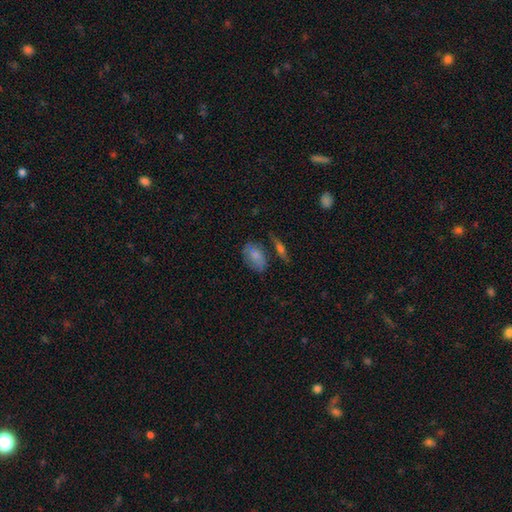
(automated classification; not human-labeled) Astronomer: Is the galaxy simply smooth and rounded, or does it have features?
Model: smooth — 76%.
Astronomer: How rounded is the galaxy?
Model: in between — 86%.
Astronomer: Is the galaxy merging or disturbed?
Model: none — 60%.